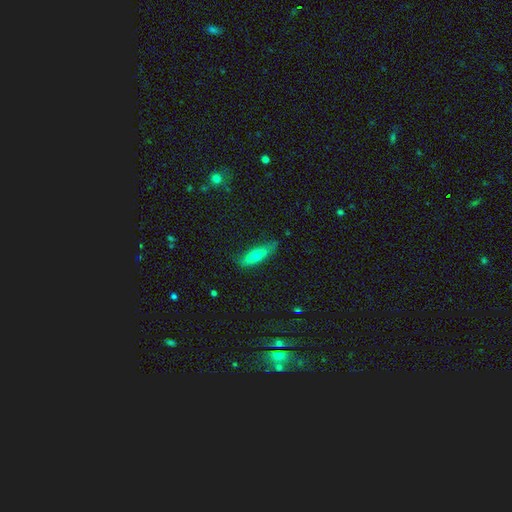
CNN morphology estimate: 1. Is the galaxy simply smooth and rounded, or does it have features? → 65% smooth, 28% featured or disk, 7% star or artifact.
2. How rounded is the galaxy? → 61% cigar-shaped, 37% in between, 2% round.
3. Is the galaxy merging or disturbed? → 73% none, 22% minor disturbance, 4% major disturbance, 2% merger.